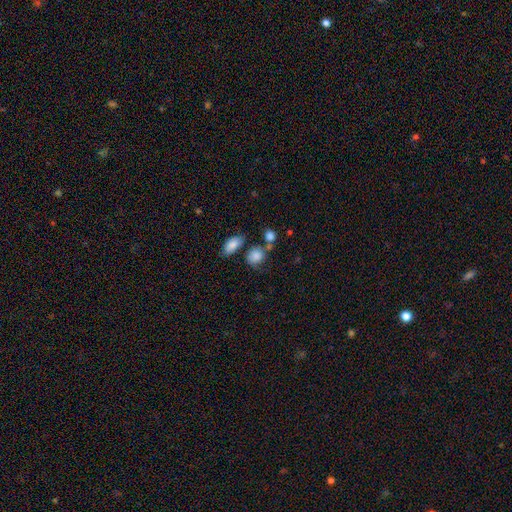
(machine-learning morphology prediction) type=smooth (82%); roundness=round (66%); merging=none (52%).